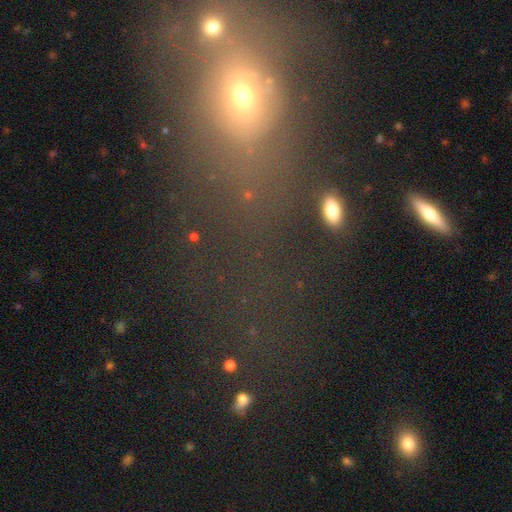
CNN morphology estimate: Smooth or featured? smooth (43%)
Merging? none (46%)